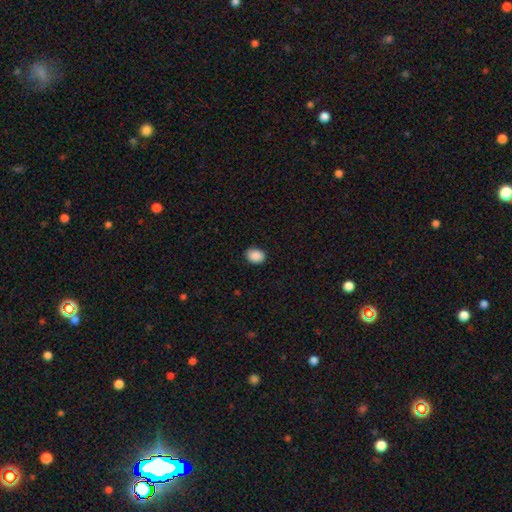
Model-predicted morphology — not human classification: Smooth or featured: smooth — 90% (star or artifact — 8%)
How rounded: in between — 59% (round — 40%)
Merging: none — 85% (minor disturbance — 11%)